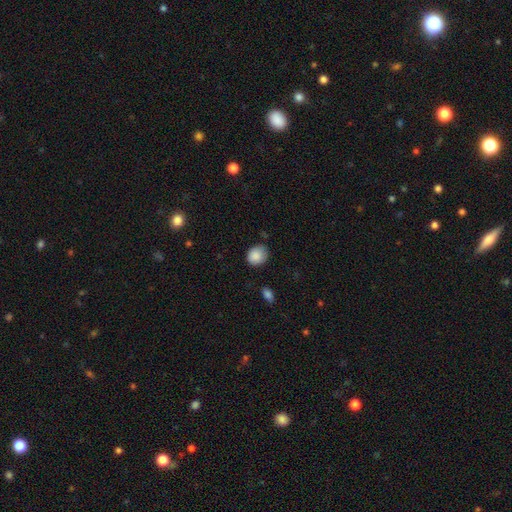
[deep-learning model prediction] smooth-or-featured: smooth: 87% | star or artifact: 8% | featured or disk: 5%
  how-rounded: round: 59% | in between: 40% | cigar-shaped: 1%
  merging: none: 67% | minor disturbance: 26% | major disturbance: 5% | merger: 2%